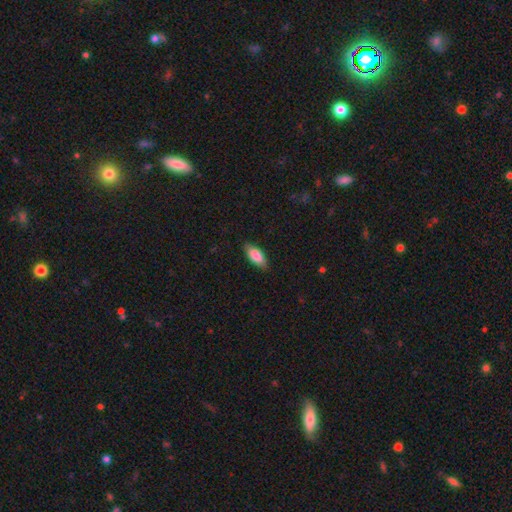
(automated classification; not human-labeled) A smooth galaxy with no disk features (85%) that is in between round and cigar-shaped (83%).

Vote fractions:
- Smooth or featured? smooth: 85% / featured or disk: 9% / star or artifact: 6%
- How rounded? in between: 83% / cigar-shaped: 15% / round: 2%
- Merging? none: 84% / minor disturbance: 13% / major disturbance: 2% / merger: 1%